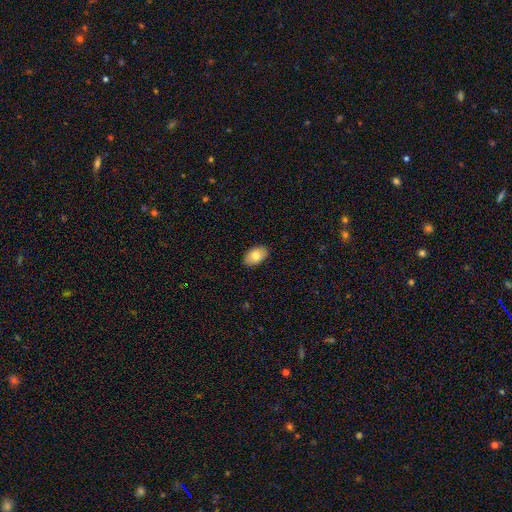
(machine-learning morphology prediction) smooth_or_featured: smooth (p=0.80) [alt: featured or disk p=0.13]
how_rounded: in between (p=0.91) [alt: round p=0.08]
merging: none (p=0.88) [alt: minor disturbance p=0.09]